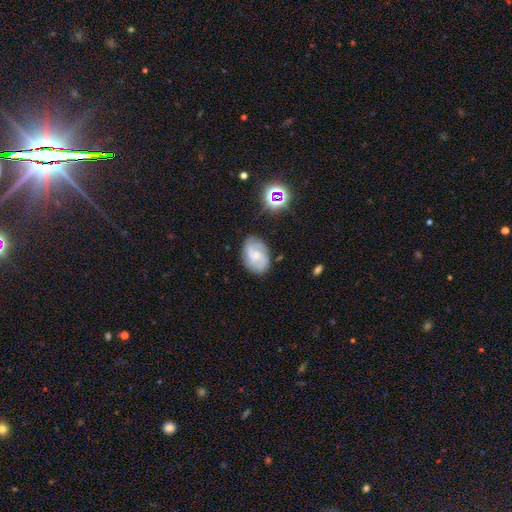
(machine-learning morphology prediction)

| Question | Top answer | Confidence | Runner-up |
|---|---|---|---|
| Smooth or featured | featured or disk | 69% | smooth (23%) |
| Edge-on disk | no | 97% | yes (3%) |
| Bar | no | 54% | weak (40%) |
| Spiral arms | yes | 93% | no (7%) |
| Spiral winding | medium | 44% | tight (42%) |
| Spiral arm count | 2 | 48% | can't tell (23%) |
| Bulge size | small | 50% | moderate (33%) |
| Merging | none | 75% | minor disturbance (18%) |